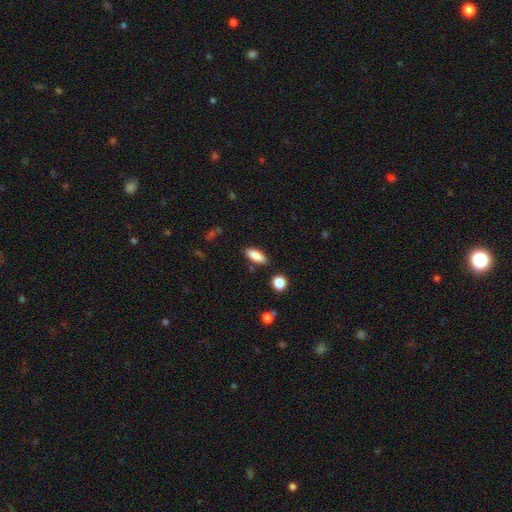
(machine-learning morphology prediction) The model was most divided on "how rounded": in between: 77%, cigar-shaped: 21%, round: 2%. More confident: smooth or featured — smooth (86%); merging — none (85%).